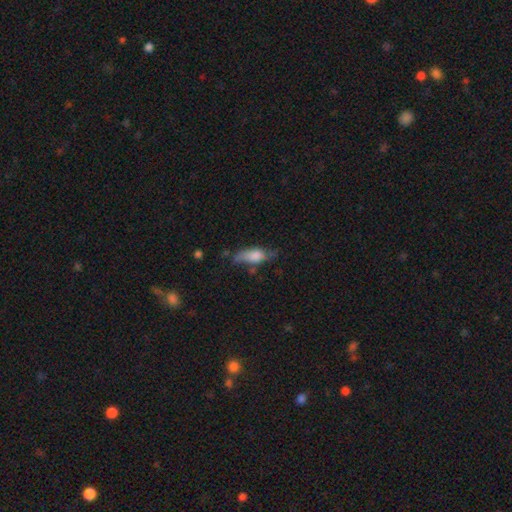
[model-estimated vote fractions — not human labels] A smooth galaxy with no disk features (64%) that is in between round and cigar-shaped (70%).

Vote fractions:
- Smooth or featured? smooth: 64% / featured or disk: 27% / star or artifact: 9%
- How rounded? in between: 70% / cigar-shaped: 26% / round: 5%
- Merging? none: 42% / minor disturbance: 33% / major disturbance: 19% / merger: 6%